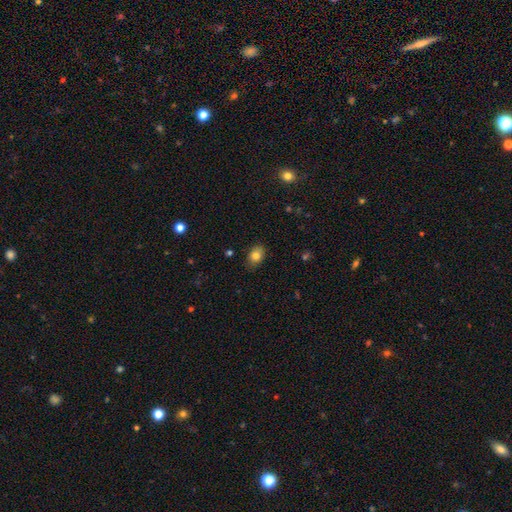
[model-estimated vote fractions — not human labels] This is clearly a smooth galaxy (82%). How rounded: likely in between (74%). Merging: clearly none (84%).